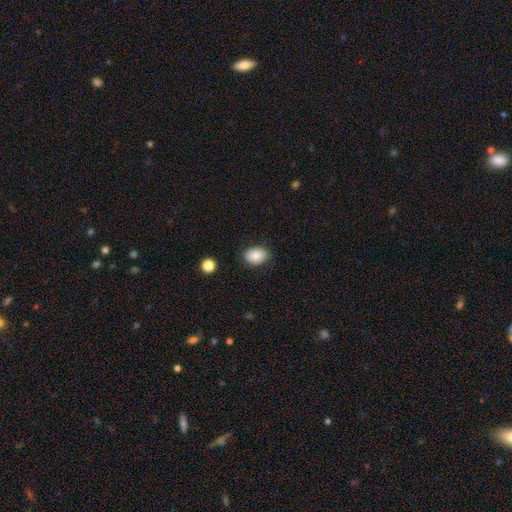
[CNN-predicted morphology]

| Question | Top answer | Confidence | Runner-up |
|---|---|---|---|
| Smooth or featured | smooth | 84% | star or artifact (8%) |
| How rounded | in between | 73% | round (26%) |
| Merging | none | 83% | minor disturbance (13%) |